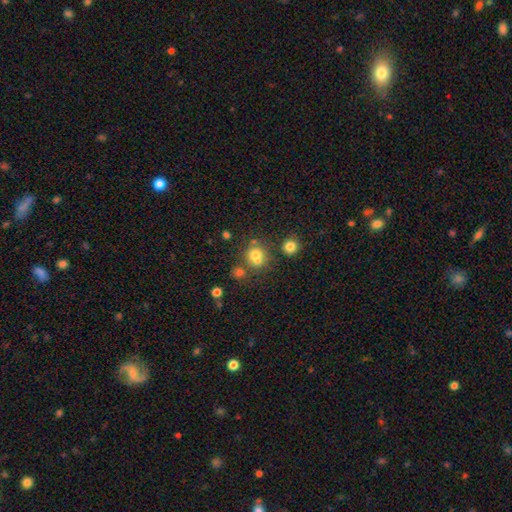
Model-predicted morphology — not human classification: smooth_or_featured: smooth (p=0.72) [alt: star or artifact p=0.16]
how_rounded: round (p=0.77) [alt: in between p=0.22]
merging: none (p=0.54) [alt: merger p=0.29]